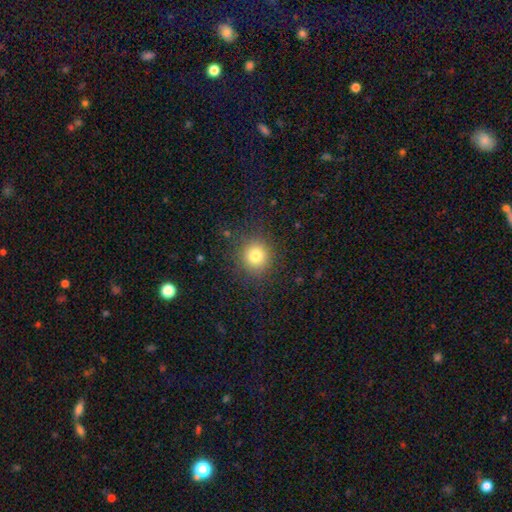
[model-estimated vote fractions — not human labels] A smooth galaxy with no disk features (80%) that is round (89%). Merging: none (87%).